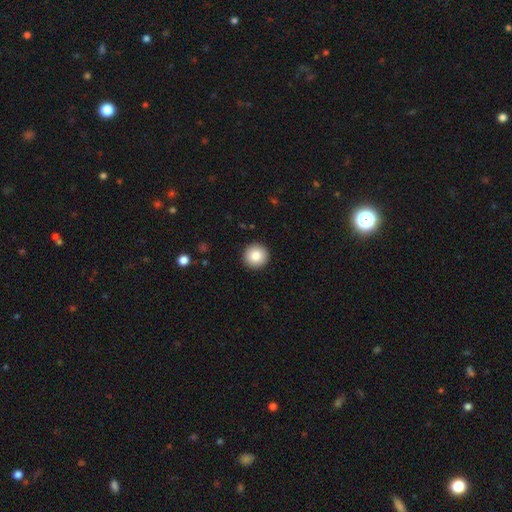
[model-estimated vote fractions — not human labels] Overall: smooth (85%). How rounded: round (96%). Merging: none (93%).